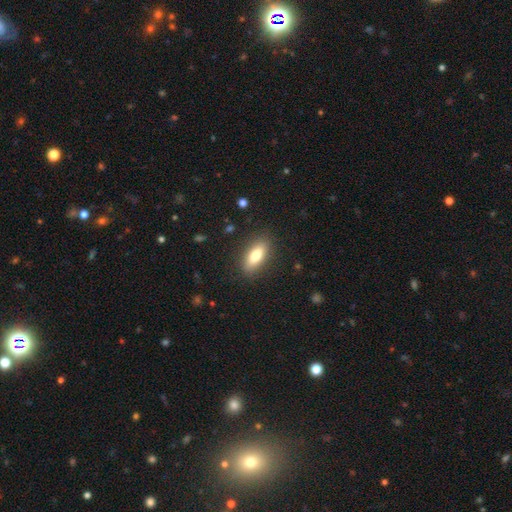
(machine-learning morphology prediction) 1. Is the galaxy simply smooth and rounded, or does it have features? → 77% smooth, 16% featured or disk, 7% star or artifact.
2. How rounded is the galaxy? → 78% in between, 19% cigar-shaped, 3% round.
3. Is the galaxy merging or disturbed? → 86% none, 10% minor disturbance, 3% major disturbance, 1% merger.